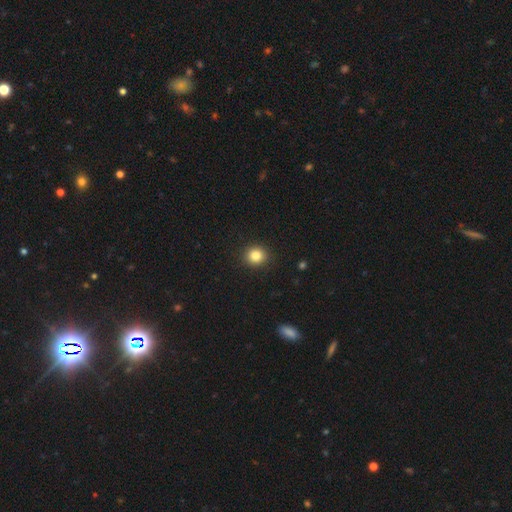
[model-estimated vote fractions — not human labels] Q: Smooth or featured?
A: smooth (84%); runner-up: star or artifact (11%)
Q: How rounded?
A: round (86%); runner-up: in between (13%)
Q: Merging?
A: none (91%); runner-up: minor disturbance (6%)